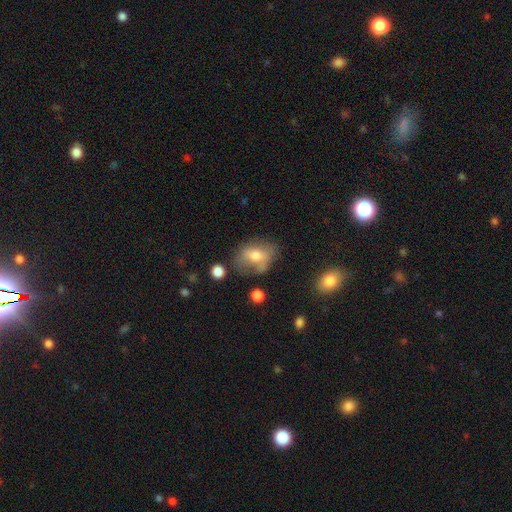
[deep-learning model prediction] Q: Smooth or featured?
A: smooth (64%); runner-up: featured or disk (27%)
Q: How rounded?
A: in between (71%); runner-up: round (27%)
Q: Merging?
A: none (49%); runner-up: minor disturbance (29%)